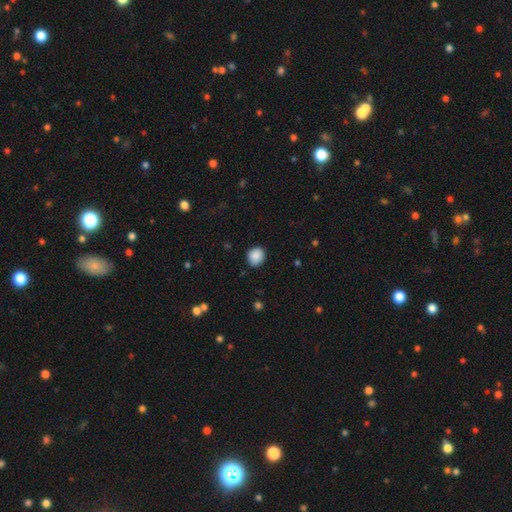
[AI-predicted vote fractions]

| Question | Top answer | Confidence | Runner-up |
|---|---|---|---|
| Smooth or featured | smooth | 89% | star or artifact (8%) |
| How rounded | round | 76% | in between (23%) |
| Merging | none | 86% | minor disturbance (10%) |